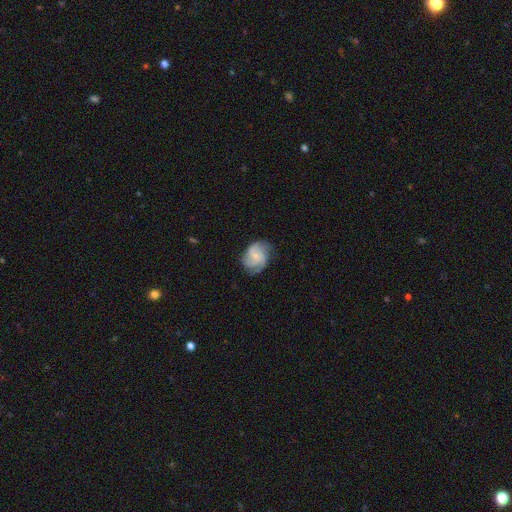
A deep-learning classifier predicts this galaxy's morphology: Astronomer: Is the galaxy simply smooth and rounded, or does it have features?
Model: featured or disk — 79%.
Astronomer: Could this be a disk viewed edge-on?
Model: no — 98%.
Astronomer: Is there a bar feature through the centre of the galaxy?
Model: no — 61%.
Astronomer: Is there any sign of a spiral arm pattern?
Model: yes — 96%.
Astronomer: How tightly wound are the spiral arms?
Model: medium — 48% (runner-up: tight, 38%).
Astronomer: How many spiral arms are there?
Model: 3 — 53%.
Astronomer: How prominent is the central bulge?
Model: small — 65%.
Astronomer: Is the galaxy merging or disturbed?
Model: none — 69%.